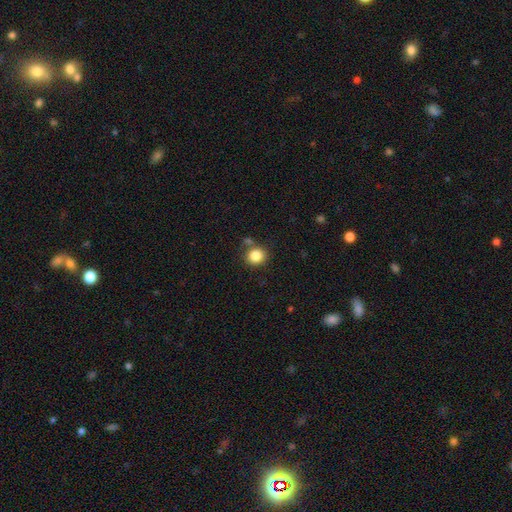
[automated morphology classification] smooth_or_featured: smooth (p=0.84) [alt: star or artifact p=0.10]
how_rounded: round (p=0.84) [alt: in between p=0.15]
merging: none (p=0.76) [alt: merger p=0.10]